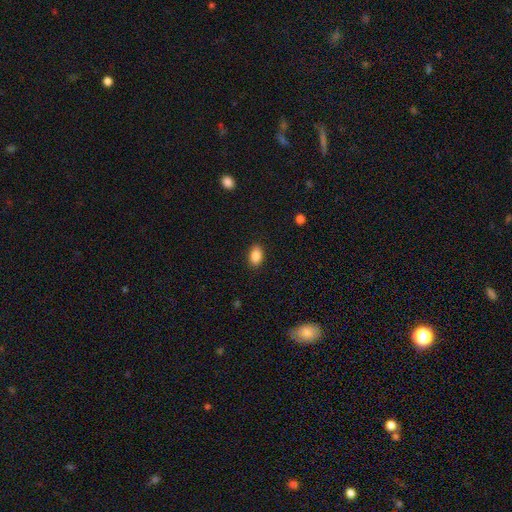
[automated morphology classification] This appears to be a smooth galaxy with no disk features (89%) that is in between round and cigar-shaped (89%). Merging: none (88%).